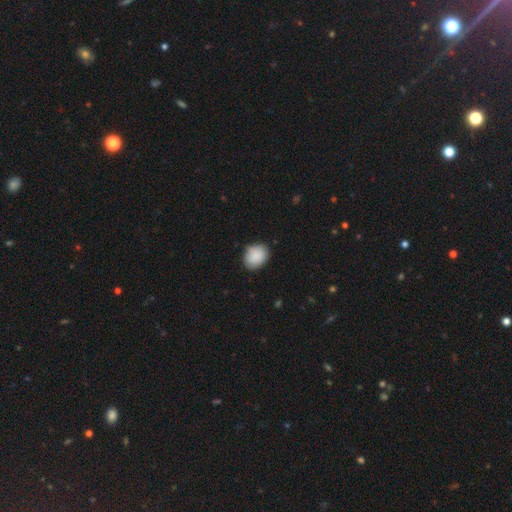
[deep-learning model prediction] Smooth or featured: smooth — 89% (star or artifact — 6%)
How rounded: in between — 54% (round — 45%)
Merging: none — 78% (minor disturbance — 18%)